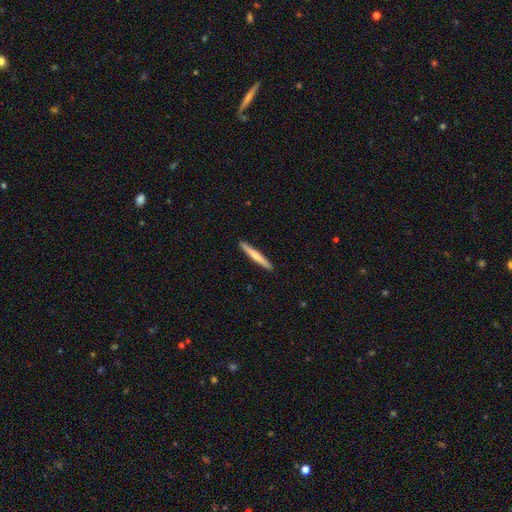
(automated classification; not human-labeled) Smooth or featured? smooth (57%)
How rounded? cigar-shaped (96%)
Merging? none (92%)